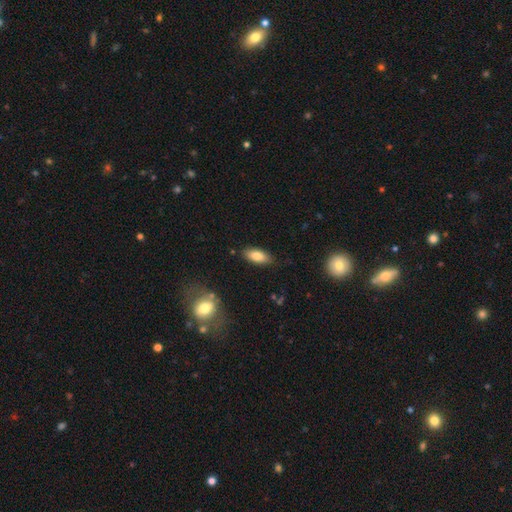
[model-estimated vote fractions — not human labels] The model was most divided on "smooth or featured": smooth: 81%, featured or disk: 11%, star or artifact: 7%. More confident: how rounded — in between (84%); merging — none (83%).